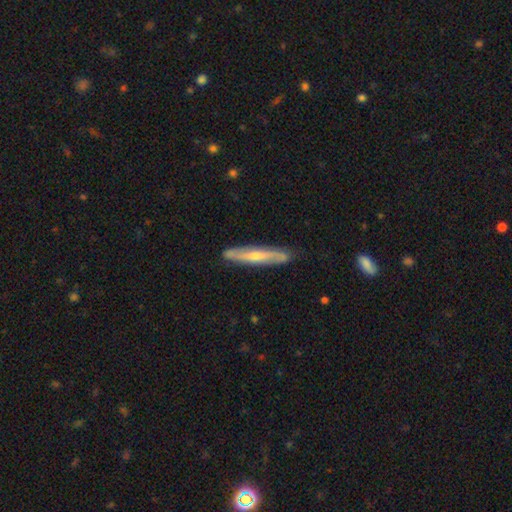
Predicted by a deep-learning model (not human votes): Q: Smooth or featured?
A: featured or disk (58%); runner-up: smooth (37%)
Q: Edge-on disk?
A: yes (73%); runner-up: no (27%)
Q: Merging?
A: none (84%); runner-up: minor disturbance (13%)